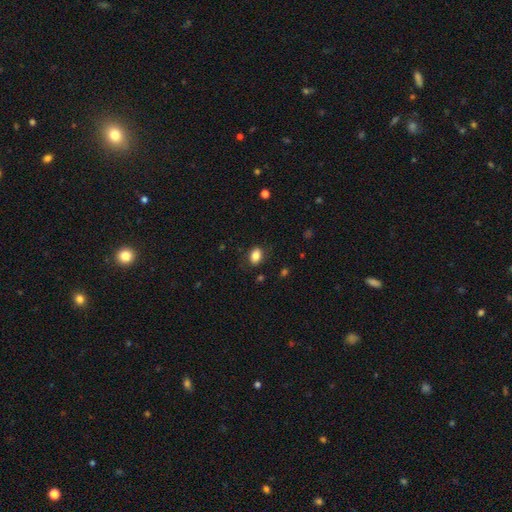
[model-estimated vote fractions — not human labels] Q: Smooth or featured?
A: smooth (84%); runner-up: star or artifact (9%)
Q: How rounded?
A: in between (77%); runner-up: round (21%)
Q: Merging?
A: none (83%); runner-up: minor disturbance (12%)